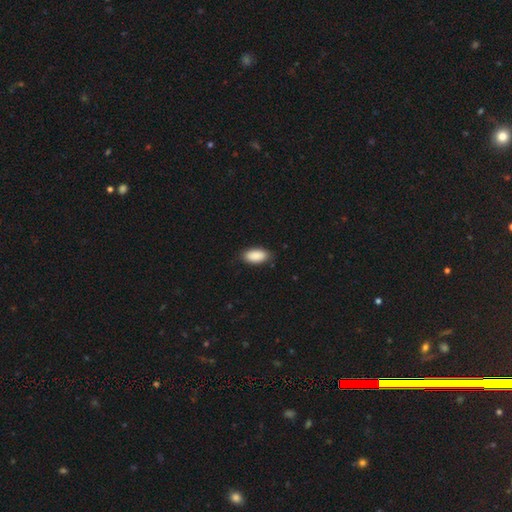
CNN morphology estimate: Smooth or featured: smooth — 90% (star or artifact — 6%)
How rounded: in between — 93% (cigar-shaped — 5%)
Merging: none — 85% (minor disturbance — 12%)